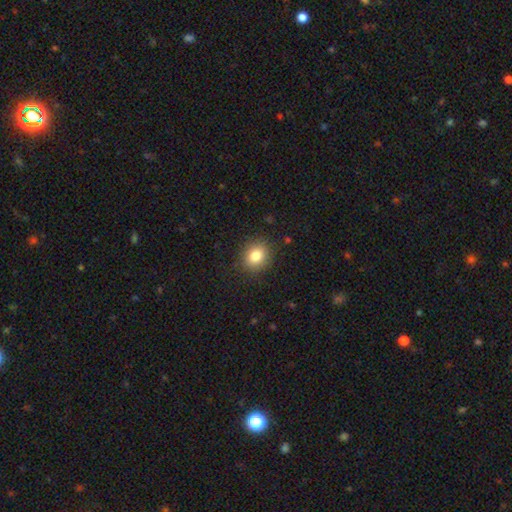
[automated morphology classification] smooth 83%, star or artifact 10%, featured or disk 7%. Down the decision tree: how rounded — round (64%); merging — none (88%).